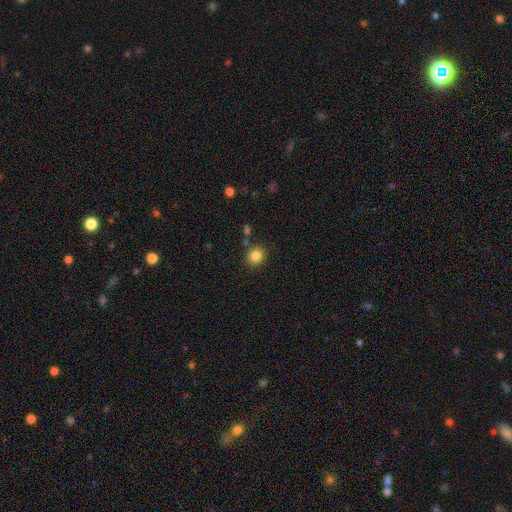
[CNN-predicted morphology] The model was most divided on "how rounded": round: 80%, in between: 19%, cigar-shaped: 1%. More confident: merging — none (84%); smooth or featured — smooth (84%).